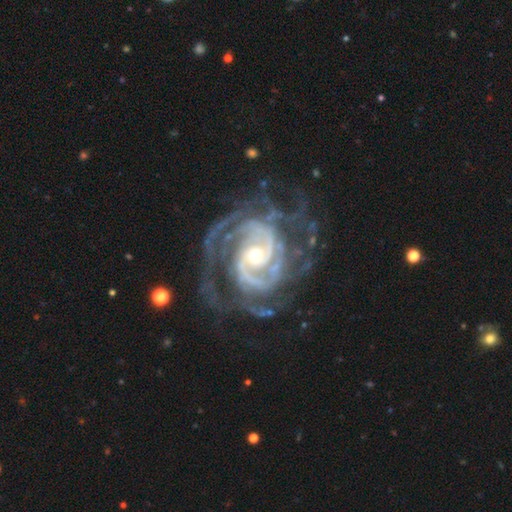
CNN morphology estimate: smooth-or-featured: featured or disk: 93% | star or artifact: 5% | smooth: 3%
  disk-edge-on: no: 98% | yes: 2%
    bar: no: 49% | weak: 35% | strong: 17%
    has-spiral-arms: yes: 98% | no: 2%
      spiral-winding: tight: 62% | medium: 33% | loose: 5%
      spiral-arm-count: 2: 41% | 3: 20% | can't tell: 16% | 4: 10% | more than 4: 7% | 1: 7%
    bulge-size: moderate: 58% | small: 33% | large: 7% | none: 1% | dominant: 1%
  merging: none: 67% | minor disturbance: 17% | major disturbance: 14% | merger: 2%